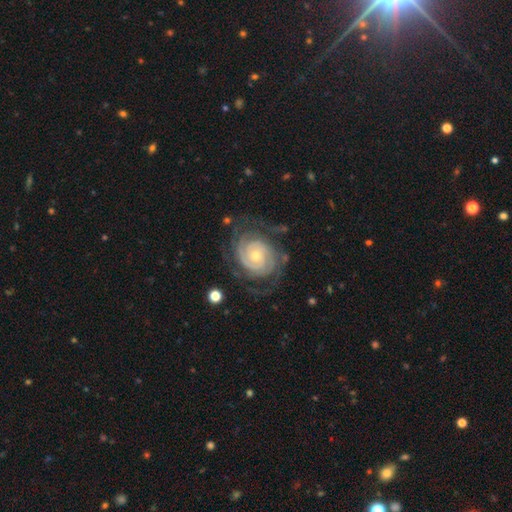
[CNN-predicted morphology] This is clearly a featured or disk galaxy (91%). It is clearly not viewed edge-on (98%). Bar: likely no (73%). Spiral arm pattern: clearly yes (98%). Spiral arm count: marginally 2 (43%). Spiral winding: likely tight (79%). Central bulge: likely small (62%). Merging: likely none (69%).